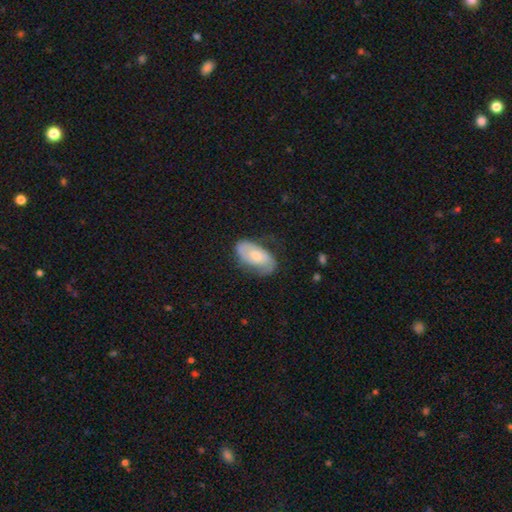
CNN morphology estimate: featured or disk 57%, smooth 37%, star or artifact 6%. Down the decision tree: edge-on disk — no (94%); bar — no (62%); spiral arms — yes (82%); bulge size — moderate (48%); merging — none (63%).